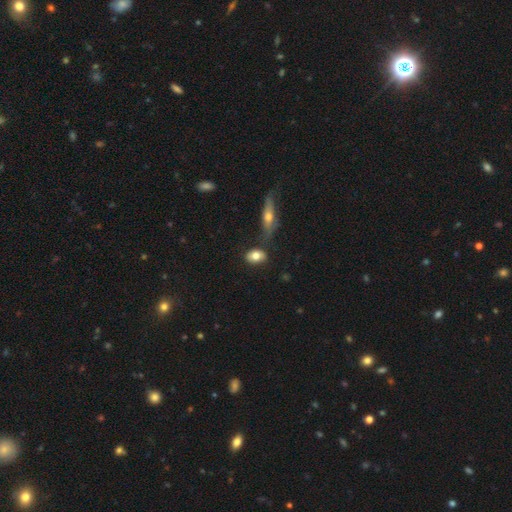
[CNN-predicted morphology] A smooth galaxy with no disk features (76%) that is in between round and cigar-shaped (79%). Merging: none (68%).